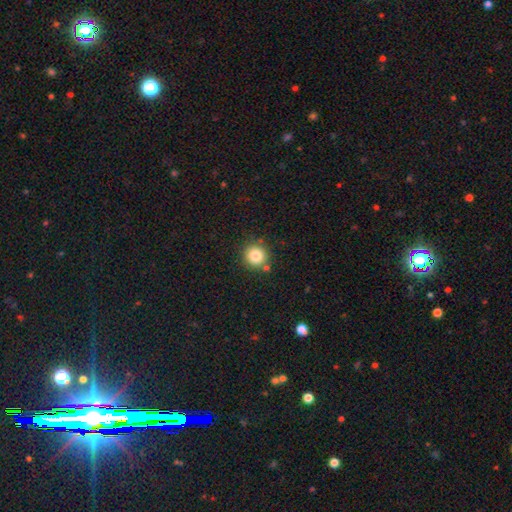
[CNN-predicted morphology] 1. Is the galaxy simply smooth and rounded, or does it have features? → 82% smooth, 11% star or artifact, 7% featured or disk.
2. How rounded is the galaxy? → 91% round, 8% in between, 1% cigar-shaped.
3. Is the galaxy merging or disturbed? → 83% none, 8% minor disturbance, 6% merger, 2% major disturbance.